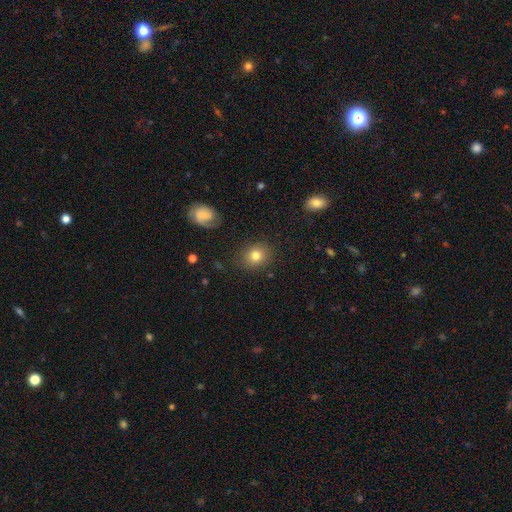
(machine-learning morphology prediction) Smooth or featured? Predicted: smooth (p=0.79). How rounded? Predicted: round (p=0.65). Merging? Predicted: none (p=0.86).